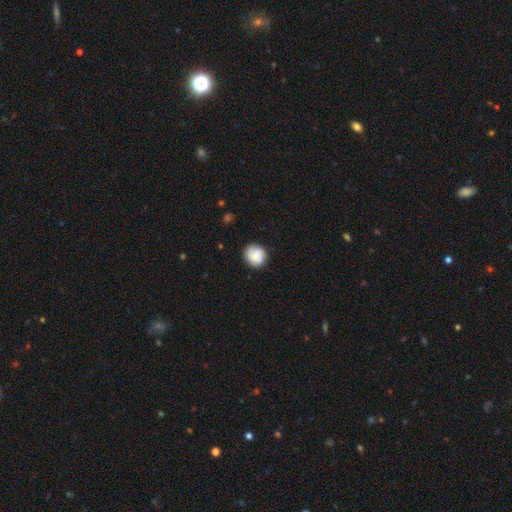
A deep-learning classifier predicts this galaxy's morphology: smooth-or-featured: smooth: 79% | featured or disk: 14% | star or artifact: 7%
  how-rounded: round: 86% | in between: 14% | cigar-shaped: 1%
  merging: none: 82% | minor disturbance: 14% | major disturbance: 3% | merger: 1%